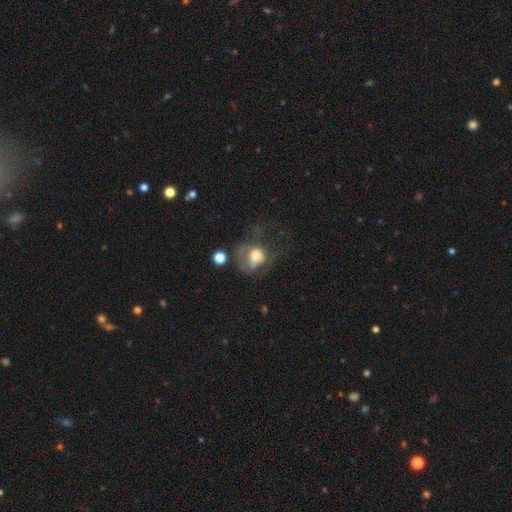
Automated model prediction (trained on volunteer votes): smooth_or_featured: smooth (p=0.50) [alt: featured or disk p=0.39]
merging: major disturbance (p=0.50) [alt: none p=0.25]